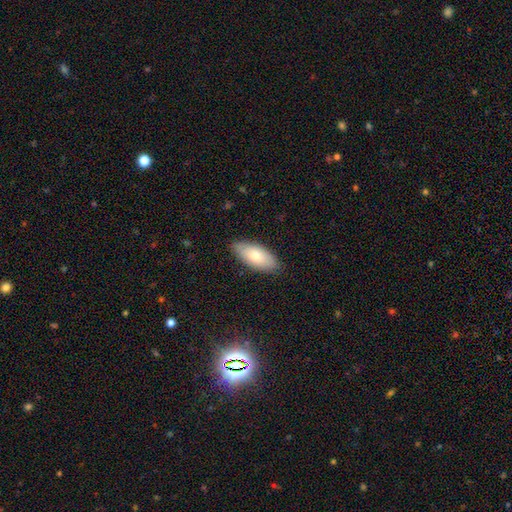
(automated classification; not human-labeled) A smooth galaxy with no disk features (76%) that is in between round and cigar-shaped (87%).

Vote fractions:
- Smooth or featured? smooth: 76% / featured or disk: 18% / star or artifact: 6%
- How rounded? in between: 87% / cigar-shaped: 11% / round: 2%
- Merging? none: 85% / minor disturbance: 12% / major disturbance: 2% / merger: 1%